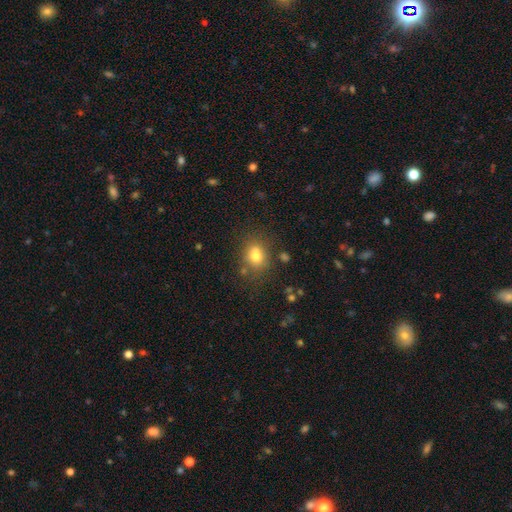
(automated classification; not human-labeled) Smooth or featured? smooth (74%)
How rounded? round (59%)
Merging? none (69%)